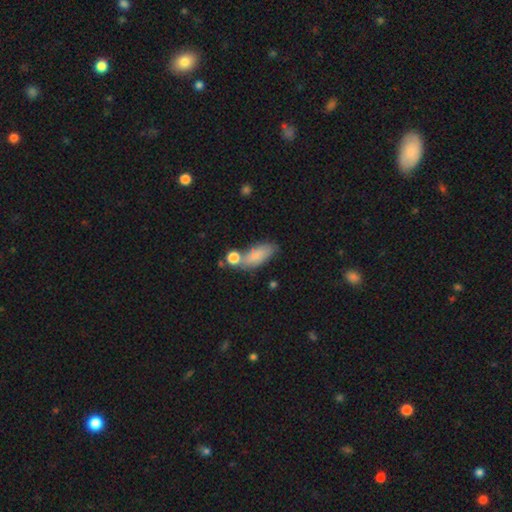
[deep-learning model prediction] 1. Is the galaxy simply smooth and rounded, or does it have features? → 80% smooth, 12% featured or disk, 8% star or artifact.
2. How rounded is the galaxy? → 75% in between, 21% cigar-shaped, 4% round.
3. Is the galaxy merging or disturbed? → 56% none, 20% minor disturbance, 18% merger, 7% major disturbance.